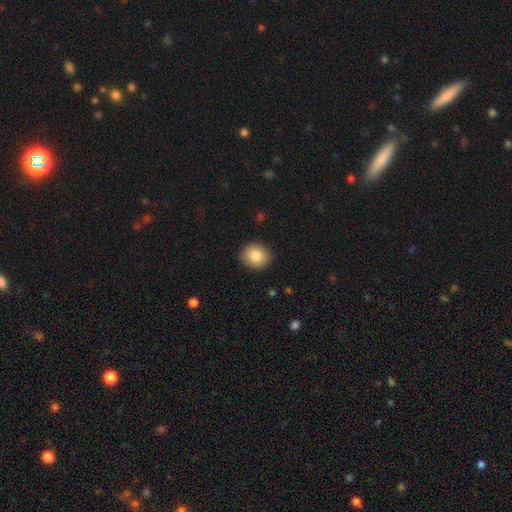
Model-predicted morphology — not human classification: Smooth or featured: smooth — 84% (star or artifact — 8%)
How rounded: round — 73% (in between — 26%)
Merging: none — 90% (minor disturbance — 7%)